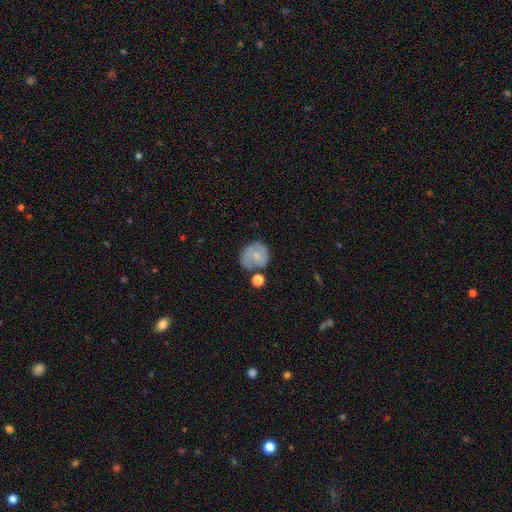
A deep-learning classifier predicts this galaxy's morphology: This appears to be a smooth galaxy with no disk features (57%) that is round (78%). Merging: none (48%).